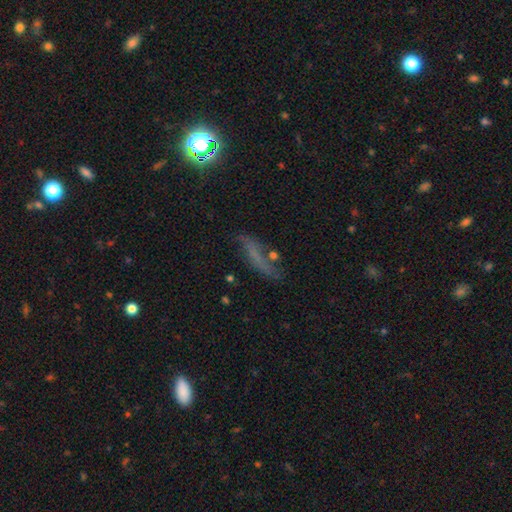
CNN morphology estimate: type=smooth (46%); merging=none (59%).